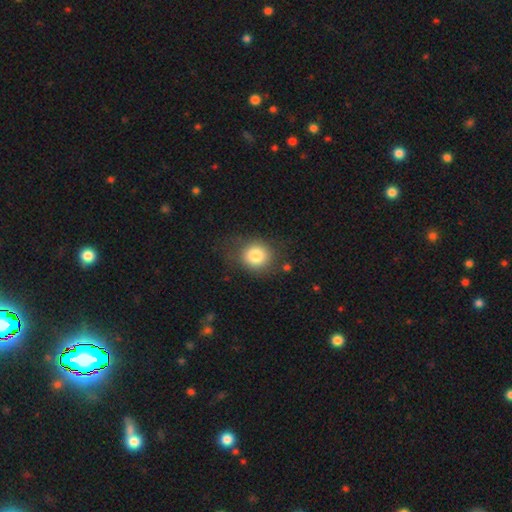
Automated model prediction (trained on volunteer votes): Smooth or featured? smooth (82%)
How rounded? round (83%)
Merging? none (74%)